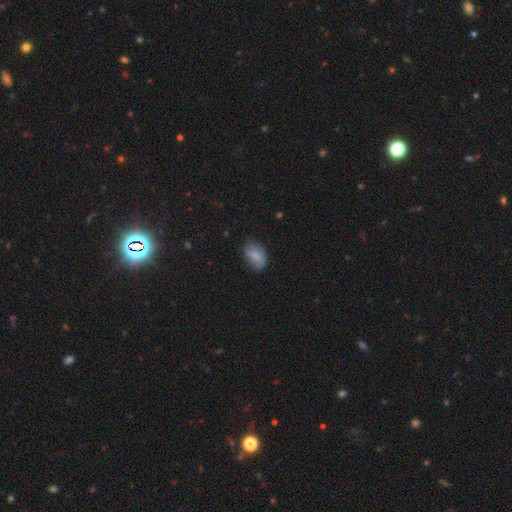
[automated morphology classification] This appears to be a smooth galaxy with no disk features (77%) that is in between round and cigar-shaped (90%). Merging: none (68%).